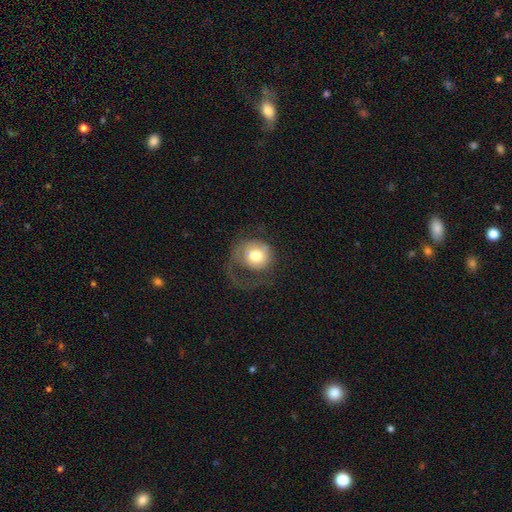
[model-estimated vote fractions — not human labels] Smooth or featured? smooth (62%)
How rounded? round (84%)
Merging? major disturbance (46%)